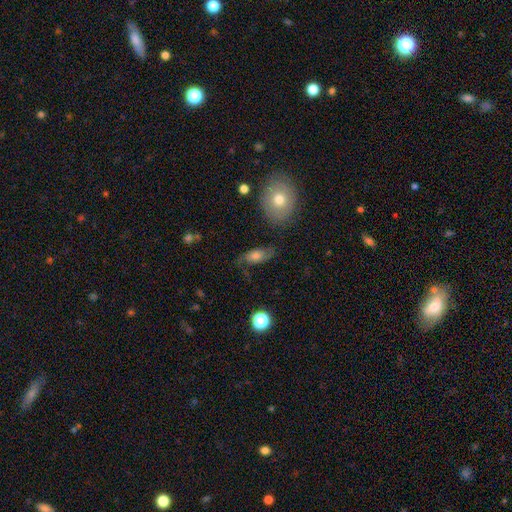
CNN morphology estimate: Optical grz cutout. It shows a smooth galaxy with no disk features (53%) that is in between round and cigar-shaped (84%). Merging: none (61%).